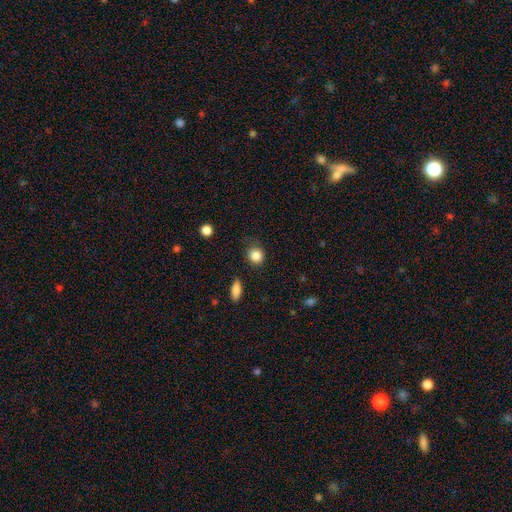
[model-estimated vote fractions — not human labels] This appears to be a smooth galaxy with no disk features (86%) that is round (83%). Merging: none (76%).